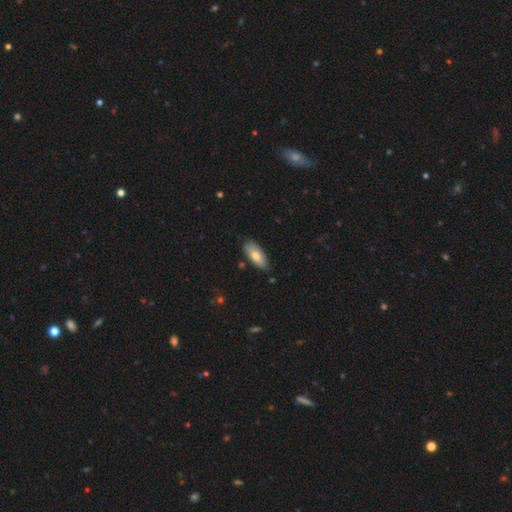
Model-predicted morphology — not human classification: A smooth galaxy with no disk features (74%) that is in between round and cigar-shaped (80%). Merging: none (81%).